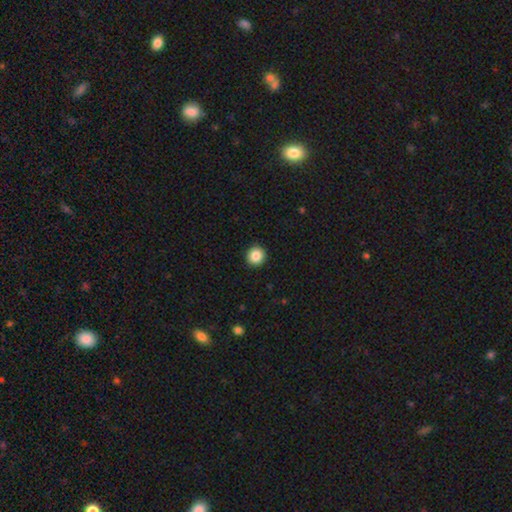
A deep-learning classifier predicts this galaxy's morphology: smooth 86%, star or artifact 10%, featured or disk 4%. Down the decision tree: how rounded — round (94%); merging — none (93%).